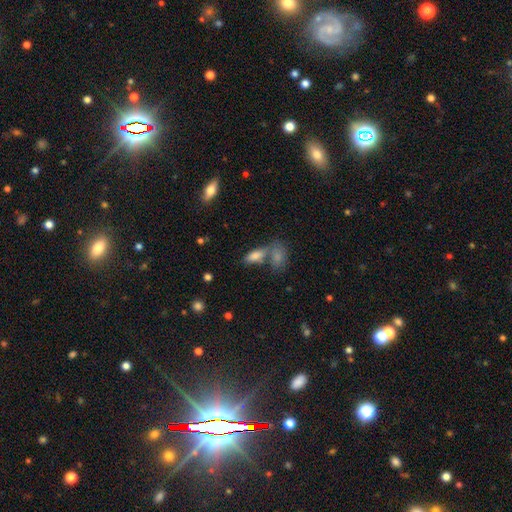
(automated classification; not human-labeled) Overall: smooth (77%). How rounded: in between (78%). Merging: none (47%; merger 37%).